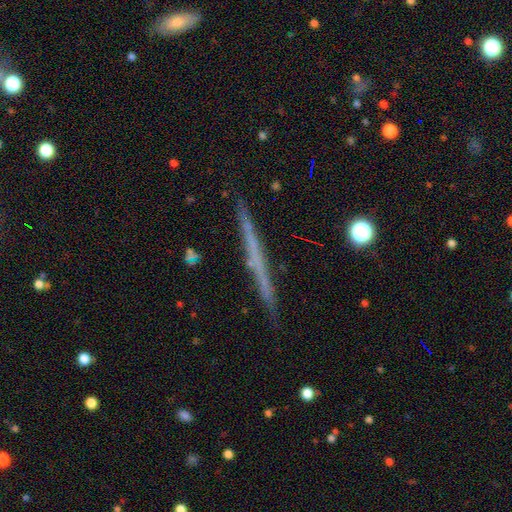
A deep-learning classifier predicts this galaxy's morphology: smooth_or_featured: featured or disk (p=0.56) [alt: smooth p=0.34]
disk_edge_on: yes (p=0.97) [alt: no p=0.03]
edge_on_bulge: none (p=0.82) [alt: rounded p=0.13]
merging: none (p=0.90) [alt: minor disturbance p=0.07]